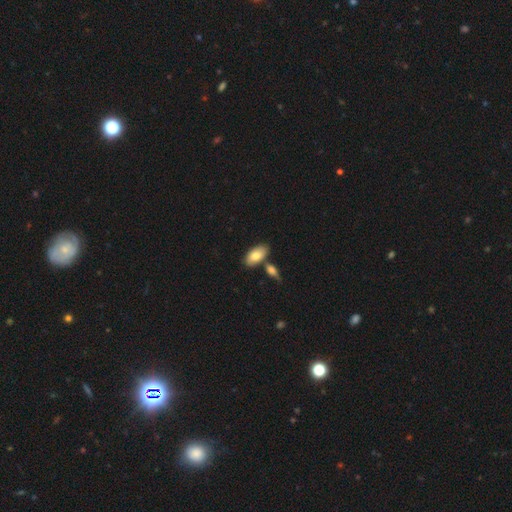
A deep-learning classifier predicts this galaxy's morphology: A smooth galaxy with no disk features (80%) that is in between round and cigar-shaped (94%).

Vote fractions:
- Smooth or featured? smooth: 80% / featured or disk: 14% / star or artifact: 6%
- How rounded? in between: 94% / cigar-shaped: 4% / round: 3%
- Merging? none: 67% / merger: 18% / minor disturbance: 11% / major disturbance: 3%